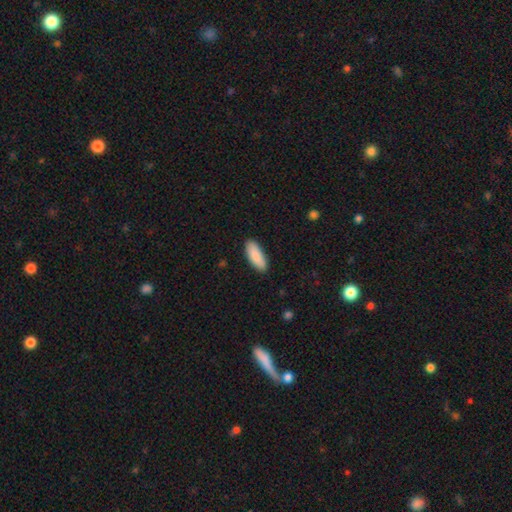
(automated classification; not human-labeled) This appears to be a smooth galaxy with no disk features (89%) that is in between round and cigar-shaped (77%). Merging: none (87%).